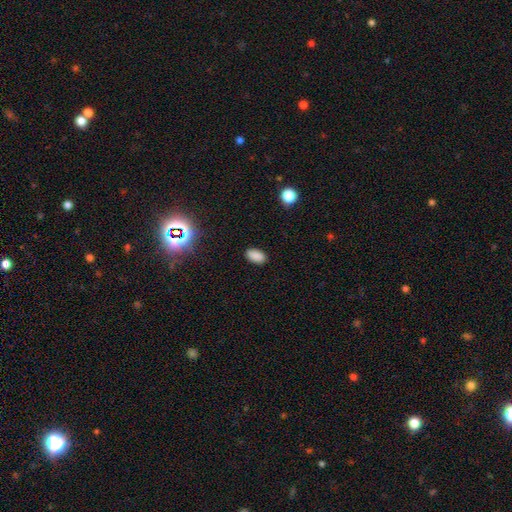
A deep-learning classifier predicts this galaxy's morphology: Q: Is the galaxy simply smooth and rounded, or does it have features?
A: smooth — 85%.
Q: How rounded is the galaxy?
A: in between — 93%.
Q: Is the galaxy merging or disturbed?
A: none — 88%.